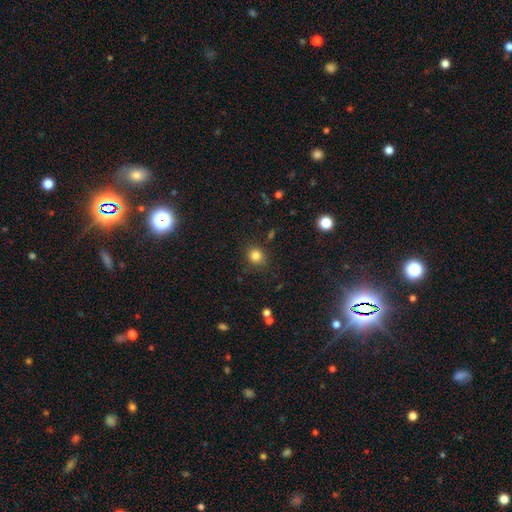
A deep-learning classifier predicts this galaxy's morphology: A smooth galaxy with no disk features (83%) that is round (84%). Merging: none (84%).